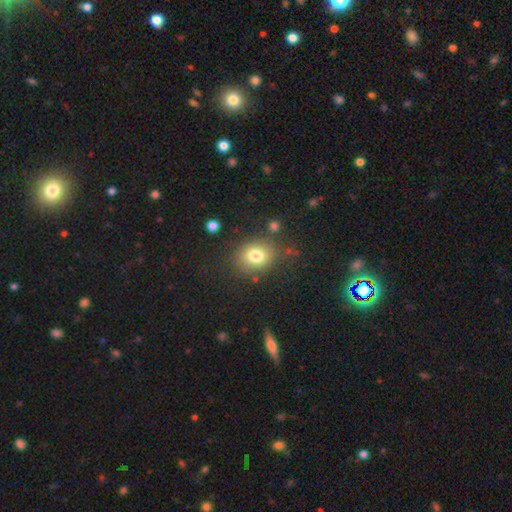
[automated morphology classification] The model was most divided on "how rounded": round: 59%, in between: 40%, cigar-shaped: 1%. More confident: merging — none (79%); smooth or featured — smooth (78%).